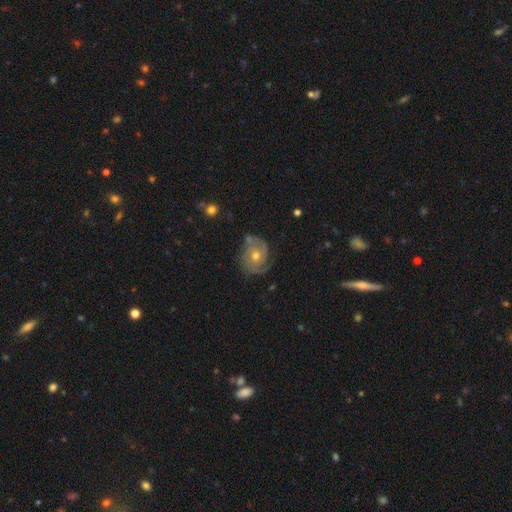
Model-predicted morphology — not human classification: type=featured or disk (79%); edge-on=no (97%); bar=no (77%); spiral arms=yes (93%); winding=tight (57%); arm count=2 (38%); bulge=moderate (66%); merging=none (69%).